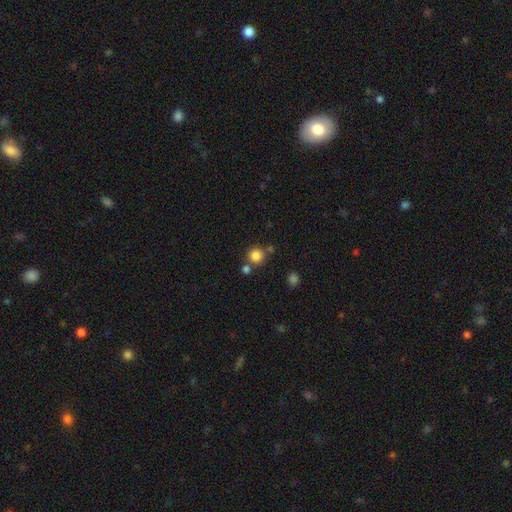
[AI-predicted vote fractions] This is clearly a smooth galaxy (83%). How rounded: clearly round (93%). Merging: likely none (75%).